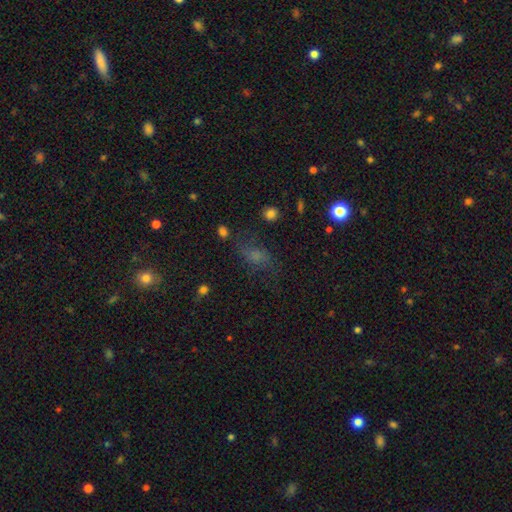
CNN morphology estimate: Q: Smooth or featured?
A: smooth (56%); runner-up: star or artifact (25%)
Q: How rounded?
A: in between (73%); runner-up: round (18%)
Q: Merging?
A: none (59%); runner-up: minor disturbance (22%)